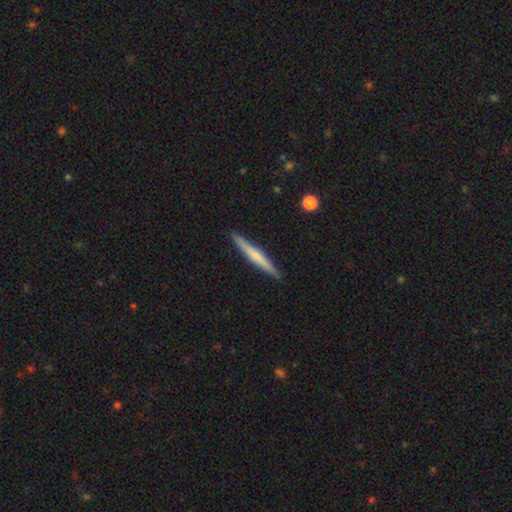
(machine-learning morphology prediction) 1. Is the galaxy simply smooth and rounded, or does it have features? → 48% smooth, 46% featured or disk, 5% star or artifact.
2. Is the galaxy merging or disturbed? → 91% none, 6% minor disturbance, 1% major disturbance, 1% merger.